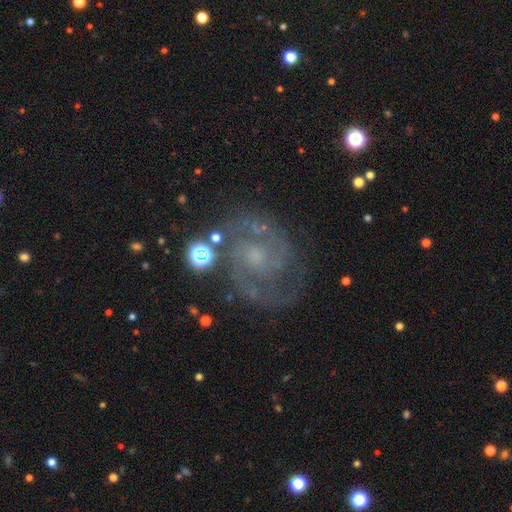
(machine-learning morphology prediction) This appears to be a featured or disk galaxy (87%) with no bar (56%), 2 (79%) medium (46%) spiral arms (97%) and a small central bulge (59%). Merging: none (78%).